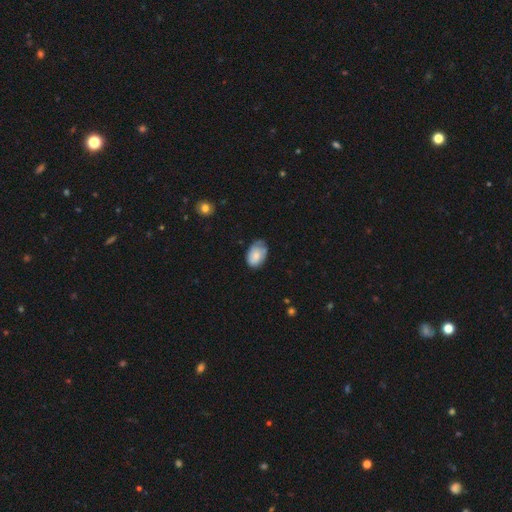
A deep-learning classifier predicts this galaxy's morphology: smooth 73%, featured or disk 20%, star or artifact 7%. Down the decision tree: how rounded — in between (87%); merging — none (54%).